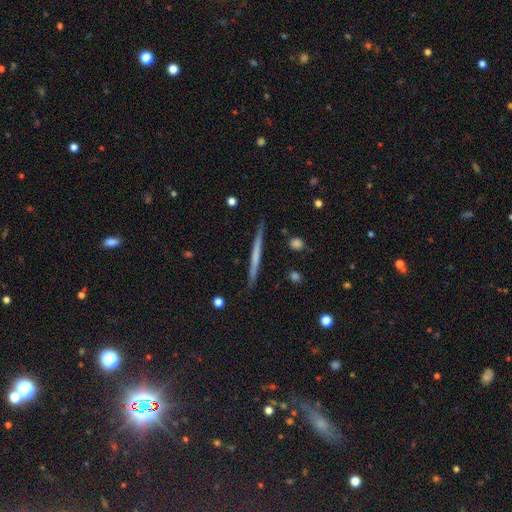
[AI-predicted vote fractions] The model was most divided on "smooth or featured": featured or disk: 48%, smooth: 46%, star or artifact: 6%. More confident: merging — none (89%).